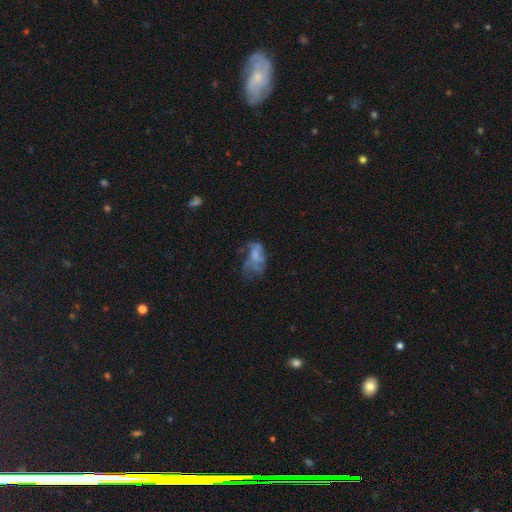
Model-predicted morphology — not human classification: smooth_or_featured: smooth (p=0.46) [alt: featured or disk p=0.40]
merging: major disturbance (p=0.46) [alt: none p=0.26]